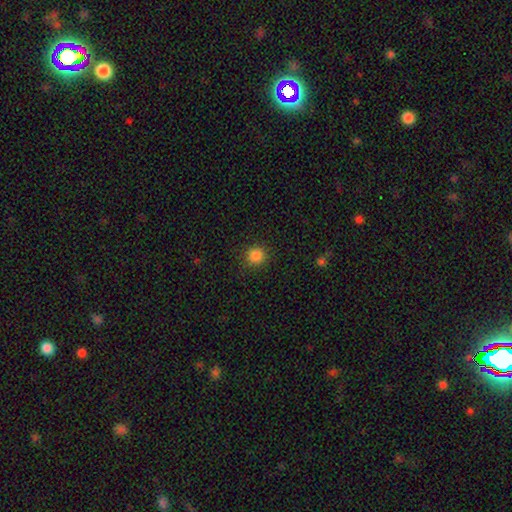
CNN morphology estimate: Smooth or featured? Predicted: smooth (p=0.85). How rounded? Predicted: round (p=0.93). Merging? Predicted: none (p=0.90).